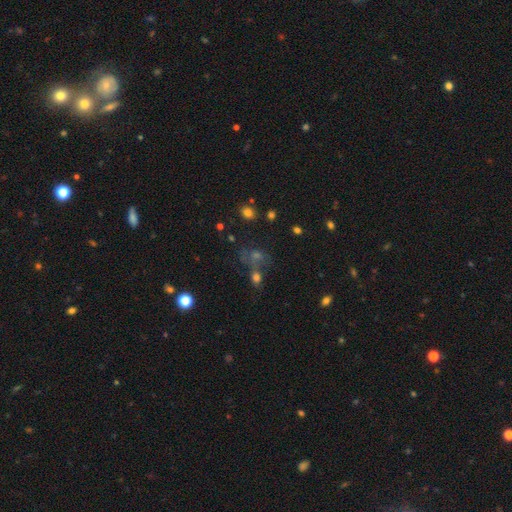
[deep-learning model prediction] This is marginally a smooth galaxy (42%). Merging: possibly none (51%).